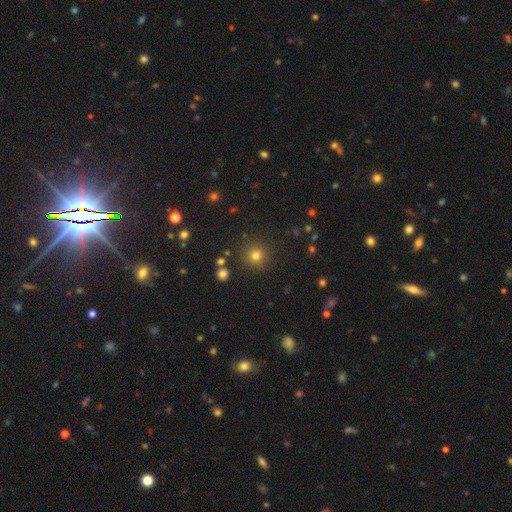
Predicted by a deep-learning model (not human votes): Smooth or featured? Predicted: smooth (p=0.75). How rounded? Predicted: round (p=0.95). Merging? Predicted: none (p=0.89).